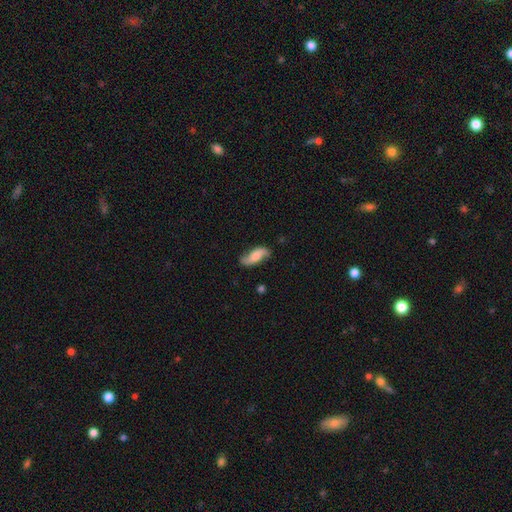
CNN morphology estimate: Q: Smooth or featured?
A: featured or disk (54%); runner-up: smooth (39%)
Q: Edge-on disk?
A: no (89%); runner-up: yes (11%)
Q: Merging?
A: none (75%); runner-up: minor disturbance (19%)